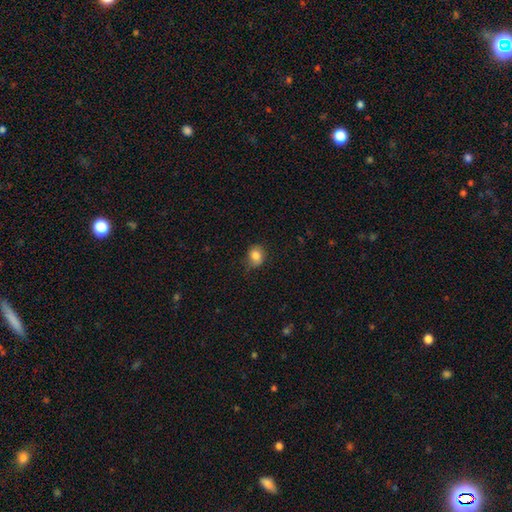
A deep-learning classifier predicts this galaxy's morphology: This appears to be a smooth galaxy with no disk features (83%) that is round (58%). Merging: none (70%).